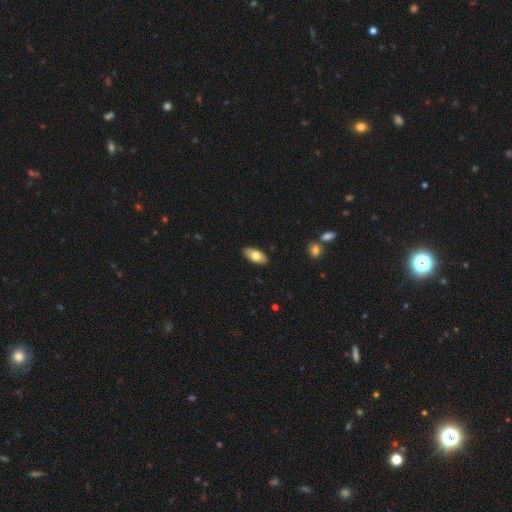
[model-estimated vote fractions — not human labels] Morphology: type=smooth (73%); roundness=in between (92%); merging=none (89%).